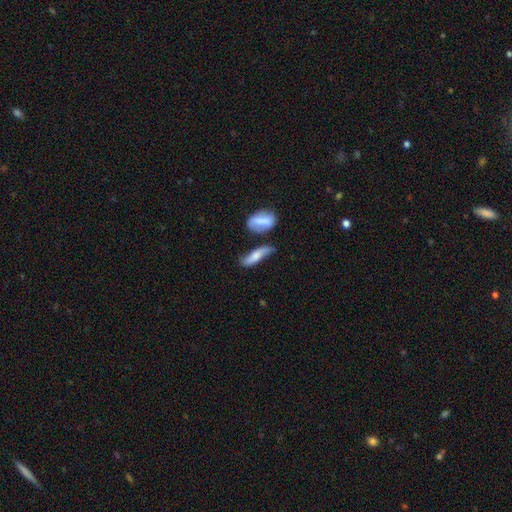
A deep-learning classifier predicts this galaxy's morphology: Overall: smooth (57%; featured or disk 35%). How rounded: cigar-shaped (53%; in between 43%). Merging: none (50%; minor disturbance 28%).